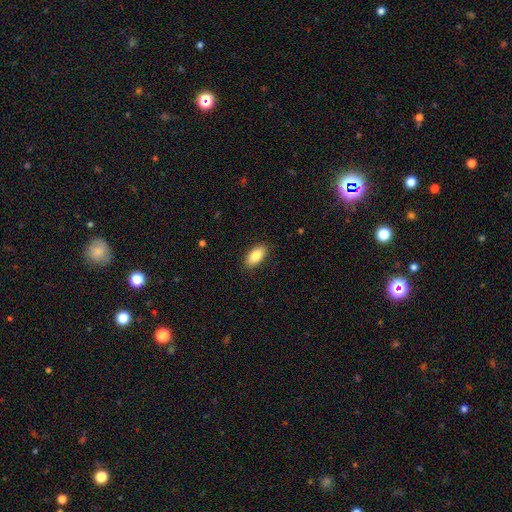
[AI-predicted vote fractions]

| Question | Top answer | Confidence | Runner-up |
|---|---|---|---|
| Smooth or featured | smooth | 85% | featured or disk (9%) |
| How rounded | in between | 90% | cigar-shaped (7%) |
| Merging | none | 88% | minor disturbance (9%) |